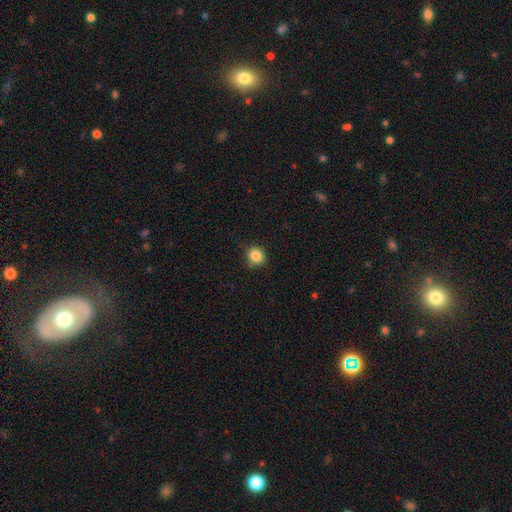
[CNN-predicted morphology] A smooth galaxy with no disk features (86%) that is round (83%).

Vote fractions:
- Smooth or featured? smooth: 86% / star or artifact: 10% / featured or disk: 4%
- How rounded? round: 83% / in between: 16% / cigar-shaped: 1%
- Merging? none: 80% / minor disturbance: 16% / major disturbance: 3% / merger: 1%